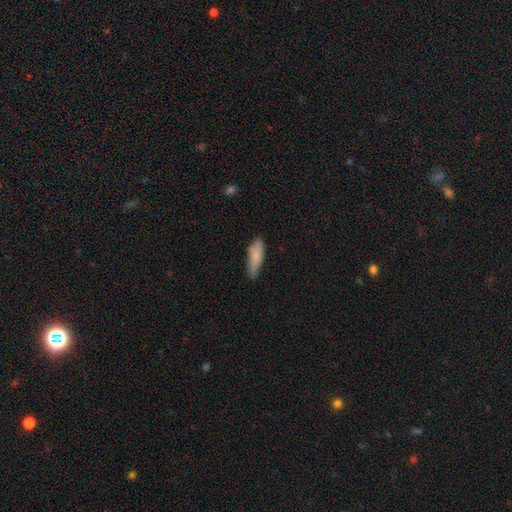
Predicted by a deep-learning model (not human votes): Morphology: type=smooth (80%); roundness=cigar-shaped (50%); merging=none (70%).